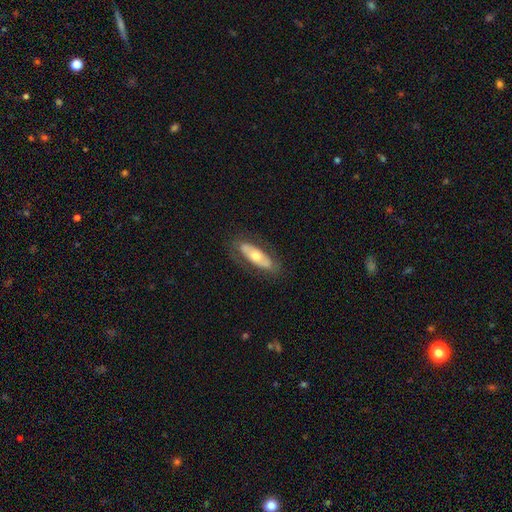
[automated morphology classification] Smooth or featured? Predicted: featured or disk (p=0.50). Merging? Predicted: none (p=0.78).